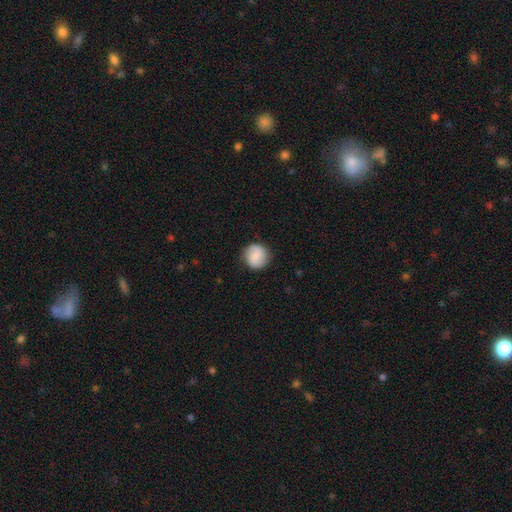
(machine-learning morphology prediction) type=smooth (64%); roundness=round (91%); merging=none (86%).